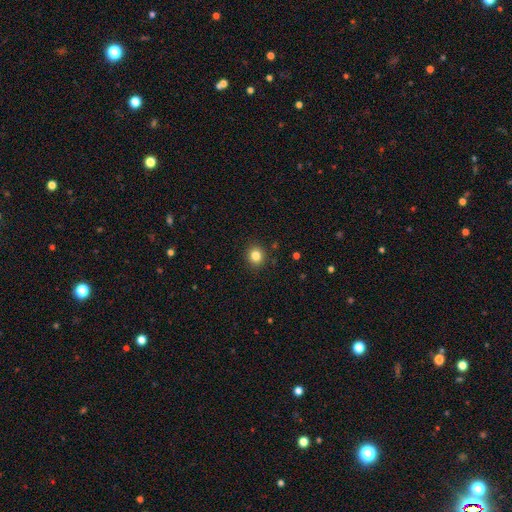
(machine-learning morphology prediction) Smooth or featured? smooth (83%)
How rounded? round (86%)
Merging? none (91%)